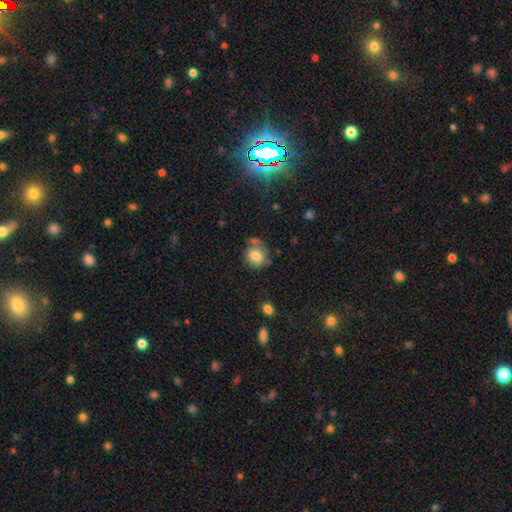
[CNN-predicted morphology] smooth-or-featured: smooth: 80% | featured or disk: 11% | star or artifact: 9%
  how-rounded: round: 79% | in between: 20% | cigar-shaped: 1%
  merging: none: 58% | minor disturbance: 19% | merger: 16% | major disturbance: 7%